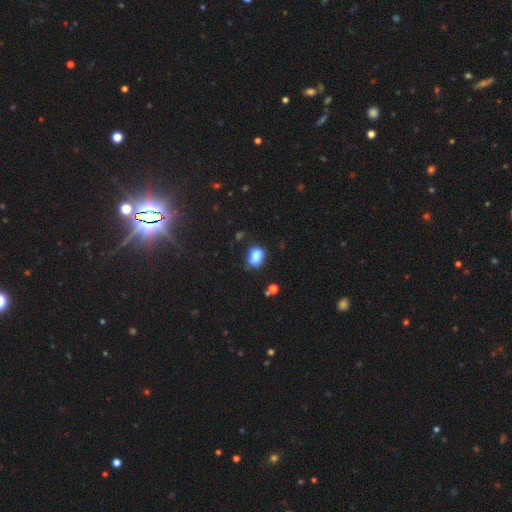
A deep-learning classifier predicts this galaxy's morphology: smooth 80%, star or artifact 11%, featured or disk 9%. Down the decision tree: how rounded — in between (65%); merging — none (51%).